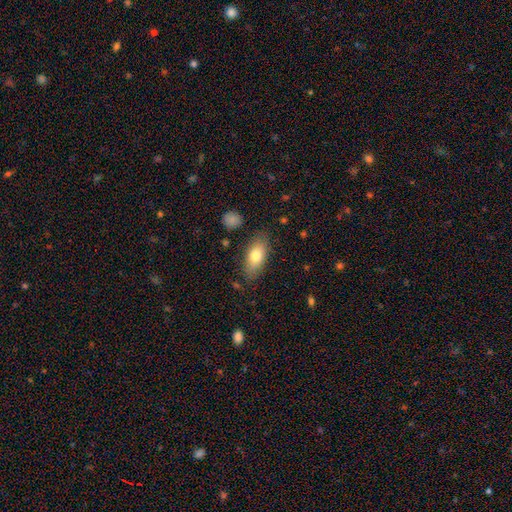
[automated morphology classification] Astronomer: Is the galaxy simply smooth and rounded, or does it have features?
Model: smooth — 75%.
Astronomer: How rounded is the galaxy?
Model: in between — 84%.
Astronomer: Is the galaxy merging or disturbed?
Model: none — 81%.